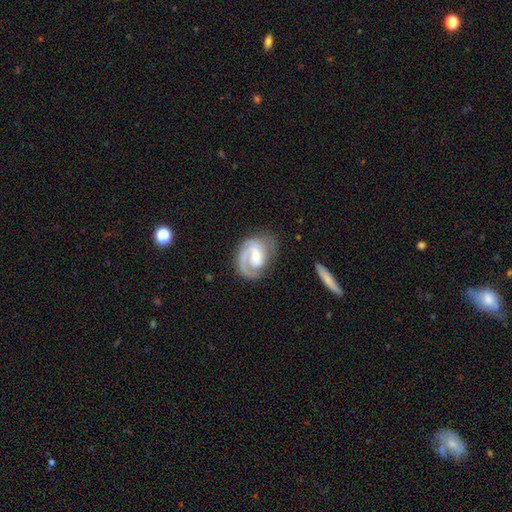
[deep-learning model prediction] This is clearly a featured or disk galaxy (82%). It is clearly not viewed edge-on (97%). Bar: marginally weak (44%). Spiral arm pattern: clearly yes (94%). Spiral arm count: possibly 1 (53%). Spiral winding: marginally tight (44%). Central bulge: possibly moderate (51%). Merging: likely none (64%).